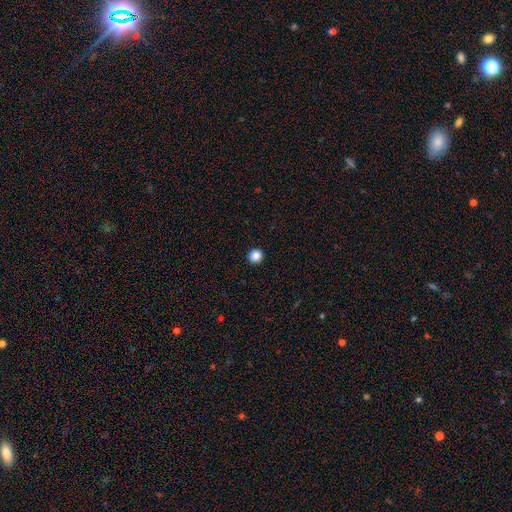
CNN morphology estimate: smooth_or_featured: smooth (p=0.87) [alt: star or artifact p=0.10]
how_rounded: round (p=0.94) [alt: in between p=0.05]
merging: none (p=0.94) [alt: minor disturbance p=0.04]